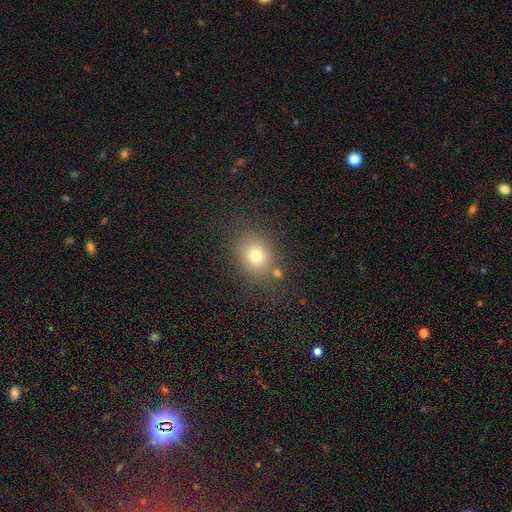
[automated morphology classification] Smooth or featured? Predicted: smooth (p=0.75). How rounded? Predicted: round (p=0.61). Merging? Predicted: none (p=0.79).